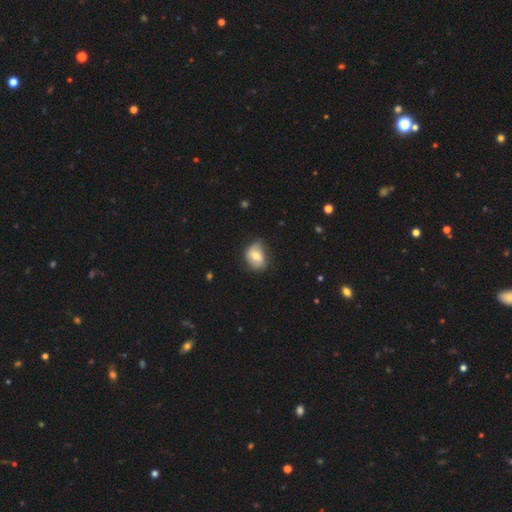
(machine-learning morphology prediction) A smooth galaxy with no disk features (60%) that is in between round and cigar-shaped (64%).

Vote fractions:
- Smooth or featured? smooth: 60% / featured or disk: 33% / star or artifact: 7%
- How rounded? in between: 64% / round: 35% / cigar-shaped: 1%
- Merging? none: 50% / minor disturbance: 37% / major disturbance: 11% / merger: 2%